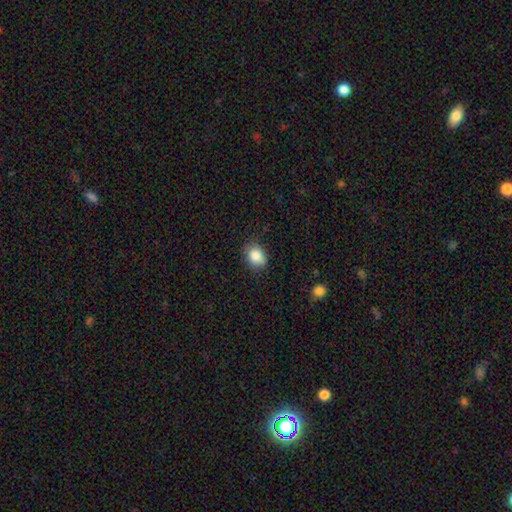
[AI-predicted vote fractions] The model was most divided on "how rounded": round: 51%, in between: 48%, cigar-shaped: 1%. More confident: smooth or featured — smooth (86%); merging — none (78%).